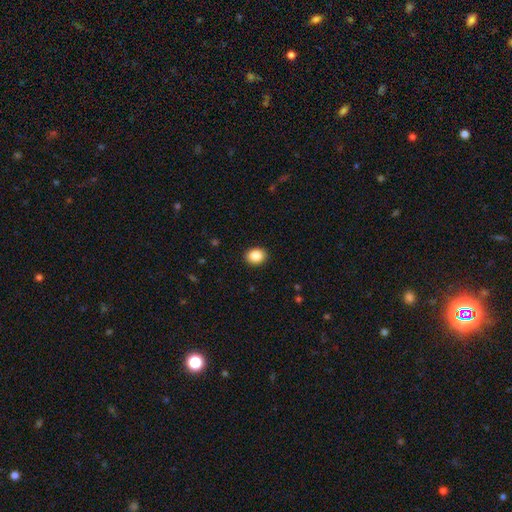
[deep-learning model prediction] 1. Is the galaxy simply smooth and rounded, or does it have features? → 87% smooth, 9% star or artifact, 4% featured or disk.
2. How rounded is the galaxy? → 57% round, 42% in between, 1% cigar-shaped.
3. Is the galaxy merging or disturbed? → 91% none, 6% minor disturbance, 2% major disturbance, 1% merger.